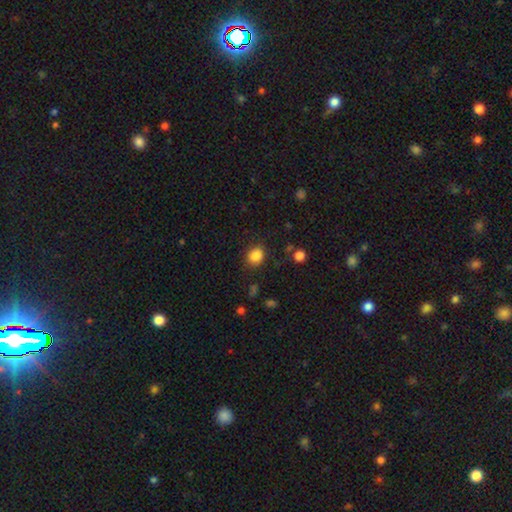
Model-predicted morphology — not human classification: A smooth galaxy with no disk features (85%) that is round (54%).

Vote fractions:
- Smooth or featured? smooth: 85% / star or artifact: 11% / featured or disk: 4%
- How rounded? round: 54% / in between: 45% / cigar-shaped: 1%
- Merging? none: 79% / minor disturbance: 14% / major disturbance: 4% / merger: 2%